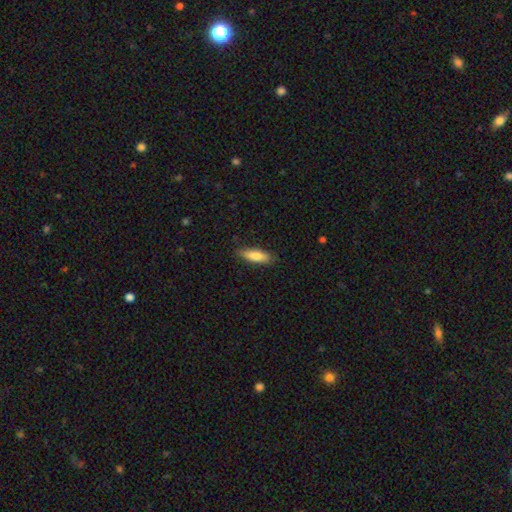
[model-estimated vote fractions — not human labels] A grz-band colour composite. It shows a smooth galaxy with no disk features (79%) that is cigar-shaped (51%). Merging: none (85%).